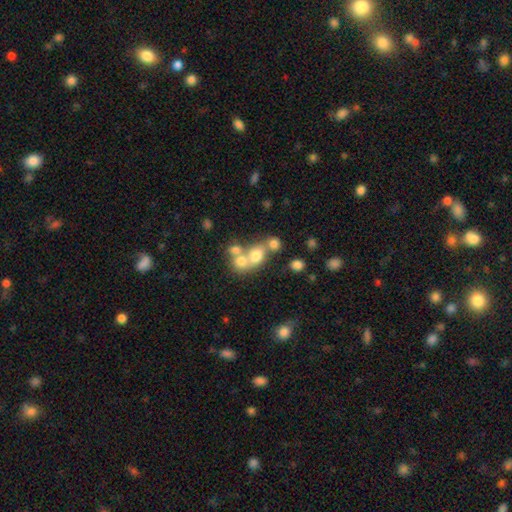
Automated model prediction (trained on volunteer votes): smooth_or_featured: smooth (p=0.65) [alt: featured or disk p=0.20]
how_rounded: round (p=0.66) [alt: in between p=0.33]
merging: merger (p=0.55) [alt: none p=0.32]